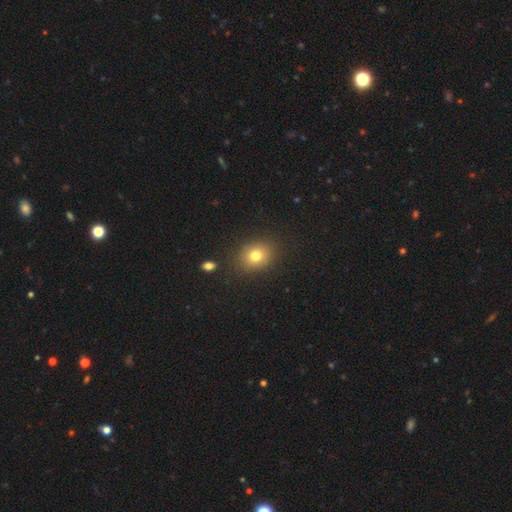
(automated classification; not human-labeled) smooth 78%, star or artifact 13%, featured or disk 9%. Down the decision tree: how rounded — round (62%); merging — none (87%).